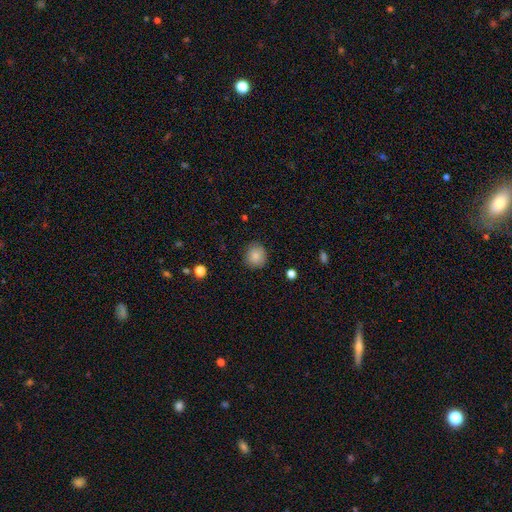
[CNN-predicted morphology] Q: Smooth or featured?
A: smooth (83%); runner-up: star or artifact (10%)
Q: How rounded?
A: round (84%); runner-up: in between (15%)
Q: Merging?
A: none (86%); runner-up: minor disturbance (10%)